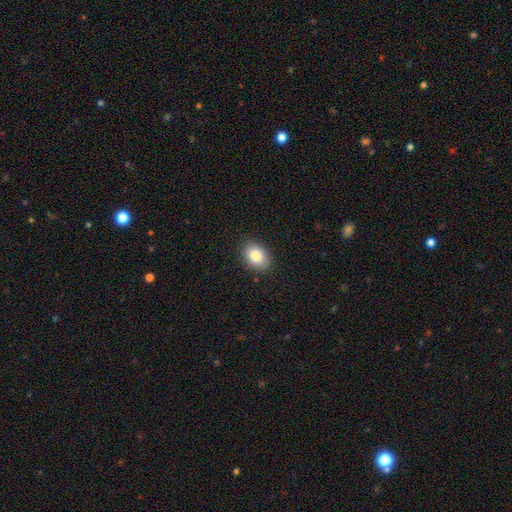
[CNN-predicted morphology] A smooth galaxy with no disk features (85%) that is in between round and cigar-shaped (79%).

Vote fractions:
- Smooth or featured? smooth: 85% / star or artifact: 8% / featured or disk: 7%
- How rounded? in between: 79% / round: 20% / cigar-shaped: 1%
- Merging? none: 87% / minor disturbance: 9% / major disturbance: 2% / merger: 1%